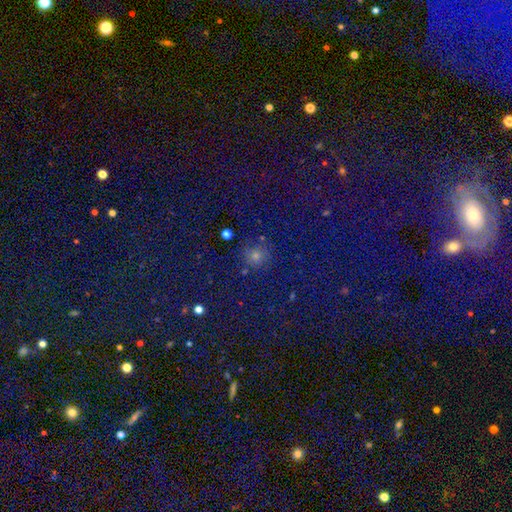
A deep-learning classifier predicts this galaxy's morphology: Overall: smooth (62%; star or artifact 32%). How rounded: round (89%). Merging: none (83%).